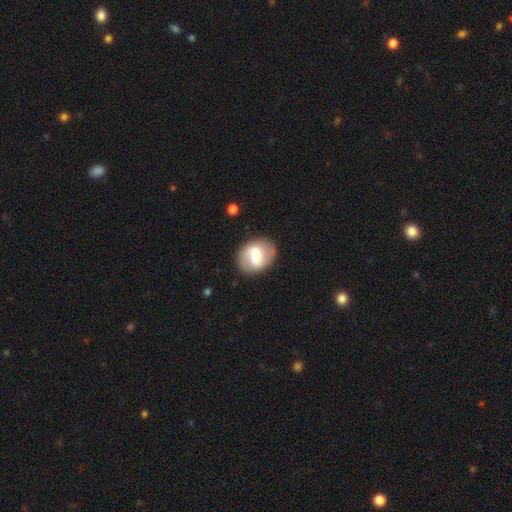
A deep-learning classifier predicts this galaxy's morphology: This is possibly a smooth galaxy (50%). Merging: clearly none (81%).